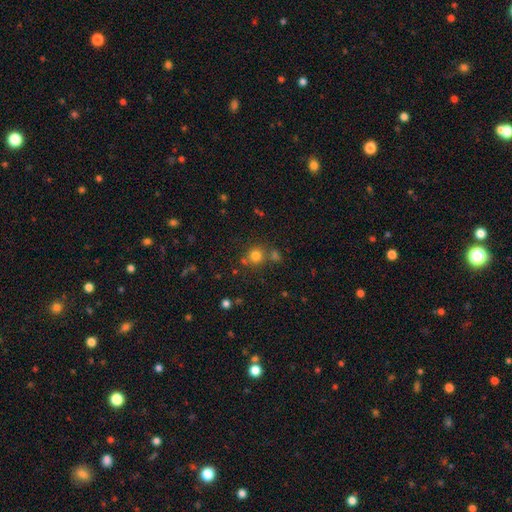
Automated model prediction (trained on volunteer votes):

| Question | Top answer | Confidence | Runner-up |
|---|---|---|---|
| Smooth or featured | smooth | 75% | star or artifact (17%) |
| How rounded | round | 90% | in between (9%) |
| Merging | none | 70% | merger (17%) |